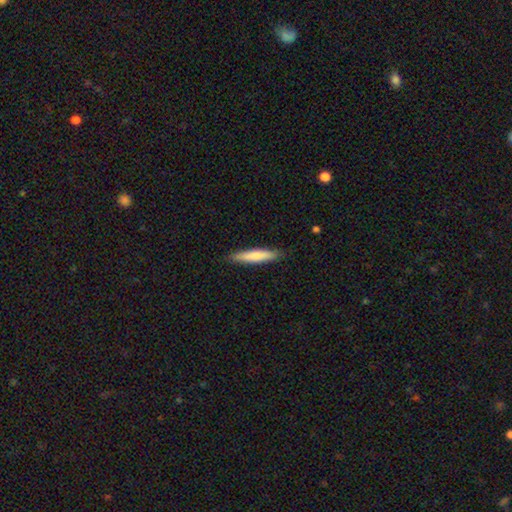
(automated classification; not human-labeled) smooth_or_featured: smooth (p=0.76) [alt: featured or disk p=0.19]
how_rounded: cigar-shaped (p=0.89) [alt: in between p=0.10]
merging: none (p=0.87) [alt: minor disturbance p=0.10]